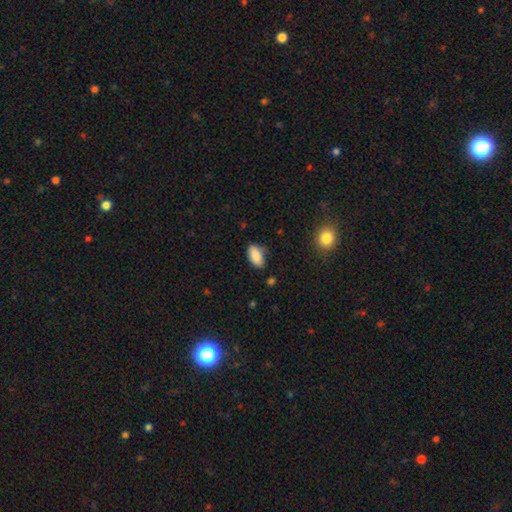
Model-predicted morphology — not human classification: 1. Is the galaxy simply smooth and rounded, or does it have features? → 87% smooth, 7% star or artifact, 5% featured or disk.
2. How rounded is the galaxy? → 92% in between, 4% cigar-shaped, 4% round.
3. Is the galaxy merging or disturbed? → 74% none, 20% minor disturbance, 4% major disturbance, 2% merger.